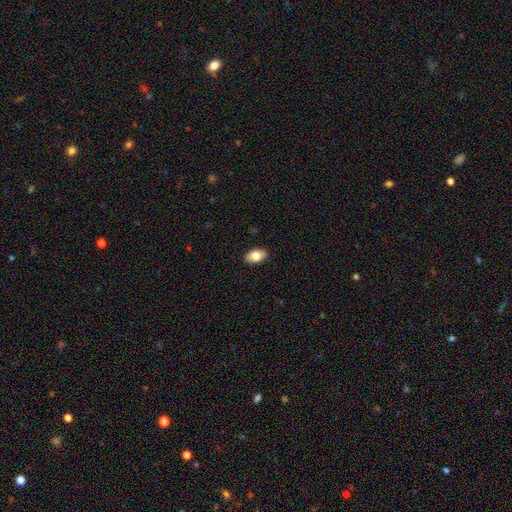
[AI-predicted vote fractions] The model was most divided on "smooth or featured": smooth: 78%, featured or disk: 15%, star or artifact: 7%. More confident: how rounded — in between (91%); merging — none (89%).